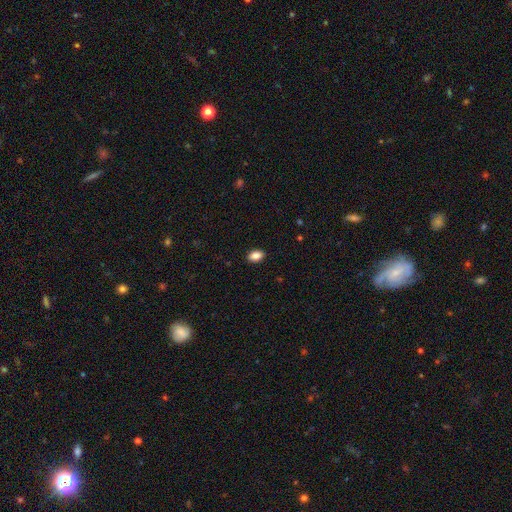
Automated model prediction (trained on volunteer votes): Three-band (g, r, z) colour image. It shows a smooth galaxy with no disk features (87%) that is in between round and cigar-shaped (89%). Merging: none (90%).